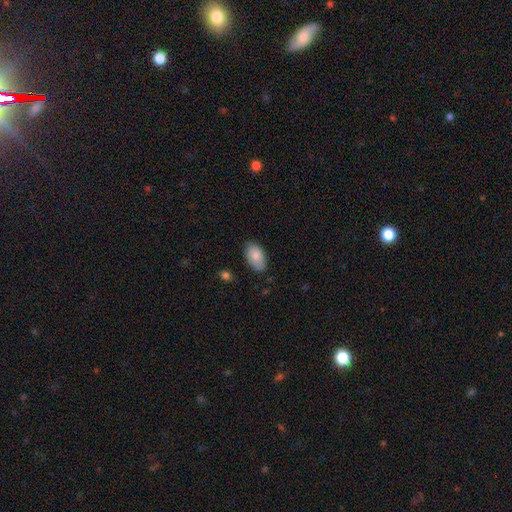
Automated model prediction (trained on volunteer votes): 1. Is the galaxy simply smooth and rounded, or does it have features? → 84% smooth, 10% featured or disk, 6% star or artifact.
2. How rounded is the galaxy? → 94% in between, 4% round, 1% cigar-shaped.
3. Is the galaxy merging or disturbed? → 81% none, 15% minor disturbance, 3% major disturbance, 1% merger.